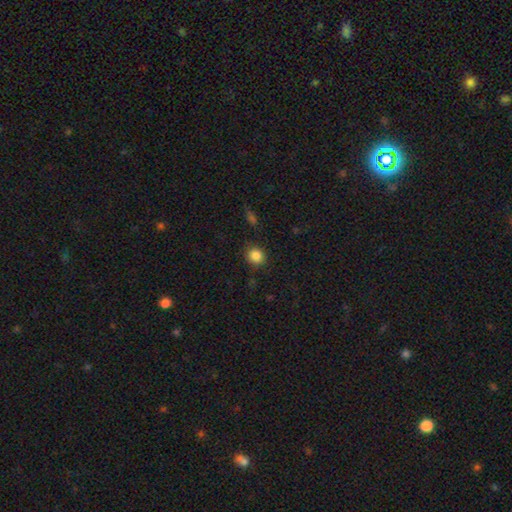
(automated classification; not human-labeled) A smooth galaxy with no disk features (85%) that is round (82%).

Vote fractions:
- Smooth or featured? smooth: 85% / star or artifact: 10% / featured or disk: 5%
- How rounded? round: 82% / in between: 17% / cigar-shaped: 1%
- Merging? none: 86% / minor disturbance: 10% / major disturbance: 3% / merger: 2%